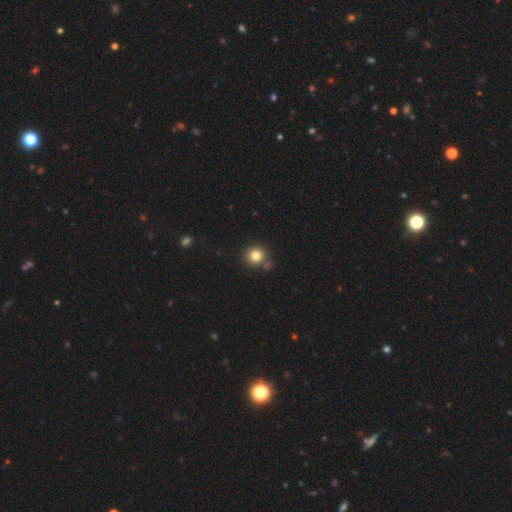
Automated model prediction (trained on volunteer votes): smooth-or-featured: smooth: 82% | star or artifact: 12% | featured or disk: 7%
  how-rounded: round: 90% | in between: 9% | cigar-shaped: 1%
  merging: none: 74% | merger: 12% | minor disturbance: 11% | major disturbance: 3%